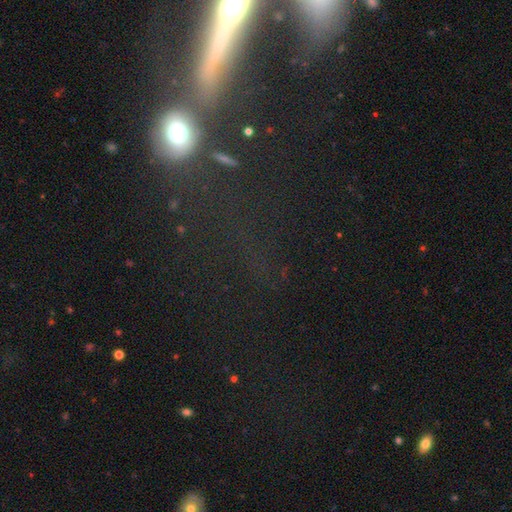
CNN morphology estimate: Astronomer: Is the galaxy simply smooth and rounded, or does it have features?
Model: star or artifact — 43% (runner-up: smooth, 30%).